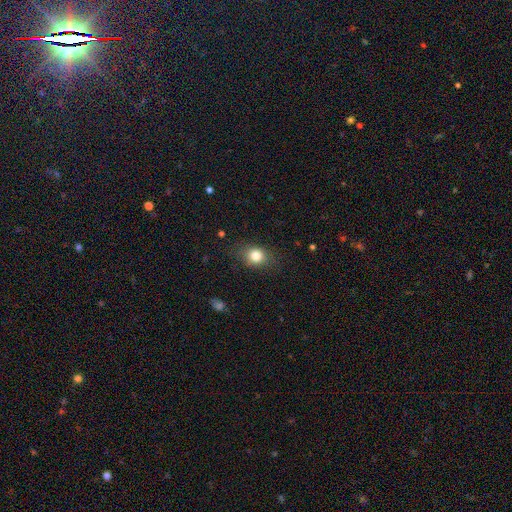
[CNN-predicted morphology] smooth 81%, star or artifact 11%, featured or disk 8%. Down the decision tree: how rounded — round (51%); merging — none (78%).